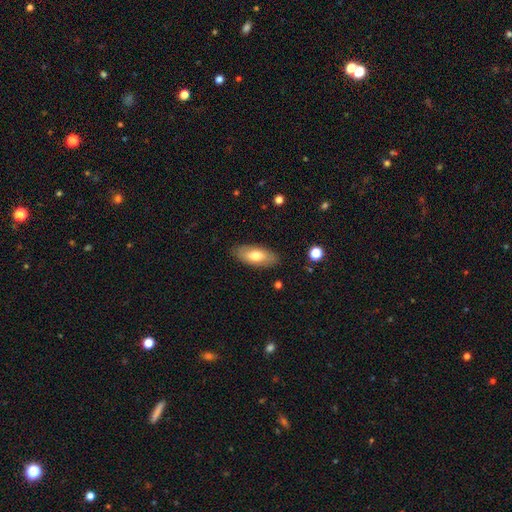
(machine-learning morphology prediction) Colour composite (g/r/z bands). It shows a smooth galaxy with no disk features (70%) that is in between round and cigar-shaped (85%). Merging: none (86%).